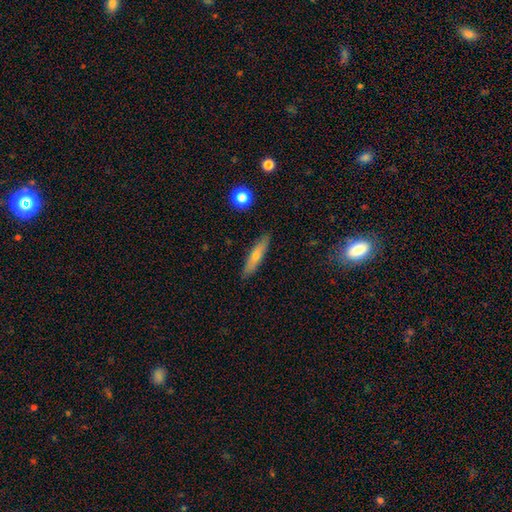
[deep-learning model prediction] Smooth or featured?
  - smooth: 57% *
  - featured or disk: 36%
  - star or artifact: 7%
How rounded?
  - cigar-shaped: 85% *
  - in between: 13%
  - round: 2%
Merging?
  - none: 88% *
  - minor disturbance: 9%
  - major disturbance: 2%
  - merger: 1%